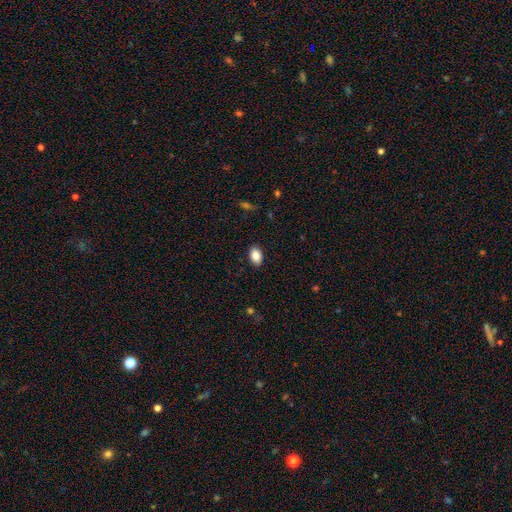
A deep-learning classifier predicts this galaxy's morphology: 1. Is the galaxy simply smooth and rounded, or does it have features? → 87% smooth, 8% star or artifact, 5% featured or disk.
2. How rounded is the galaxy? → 86% in between, 13% round, 1% cigar-shaped.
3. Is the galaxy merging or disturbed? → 88% none, 8% minor disturbance, 2% major disturbance, 1% merger.